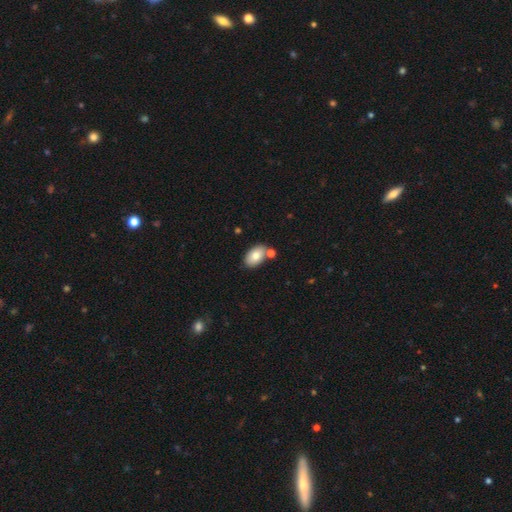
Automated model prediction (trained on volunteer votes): smooth 79%, featured or disk 14%, star or artifact 7%. Down the decision tree: how rounded — in between (91%); merging — none (72%).